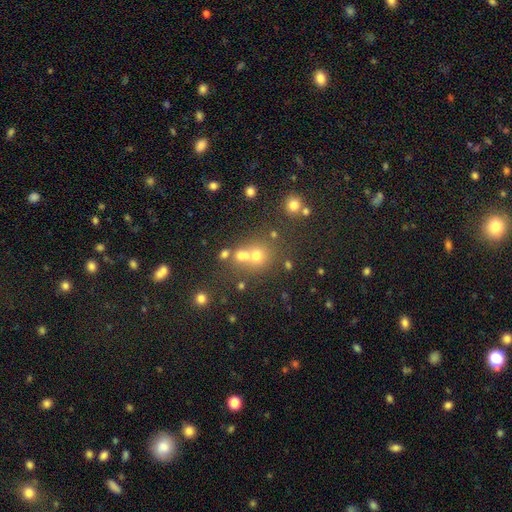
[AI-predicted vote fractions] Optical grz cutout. It shows a smooth galaxy with no disk features (55%) that is round (79%). Merging: none (47%).